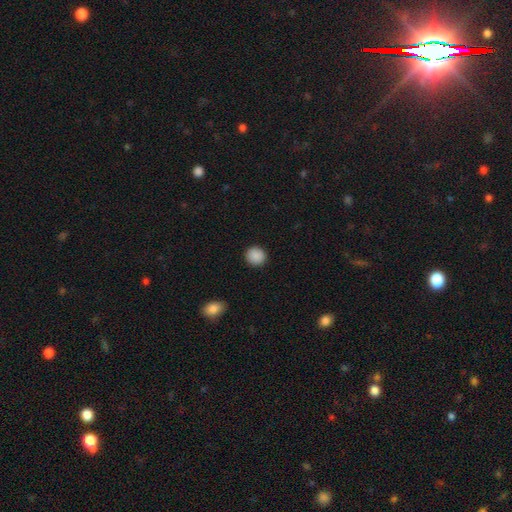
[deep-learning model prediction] Morphology: type=smooth (89%); roundness=round (91%); merging=none (92%).